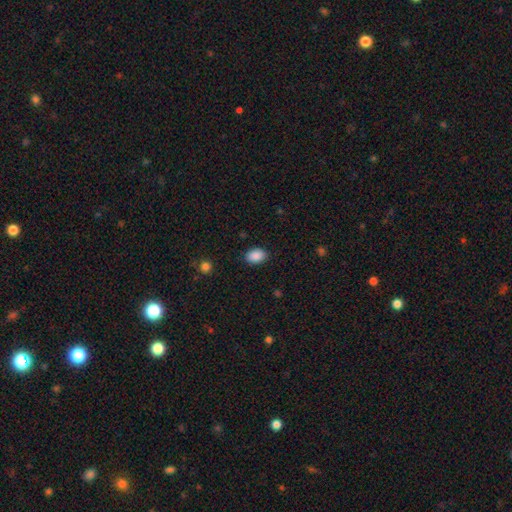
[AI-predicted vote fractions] smooth-or-featured: smooth: 90% | star or artifact: 8% | featured or disk: 3%
  how-rounded: in between: 79% | round: 20% | cigar-shaped: 1%
  merging: none: 87% | minor disturbance: 9% | major disturbance: 3% | merger: 1%